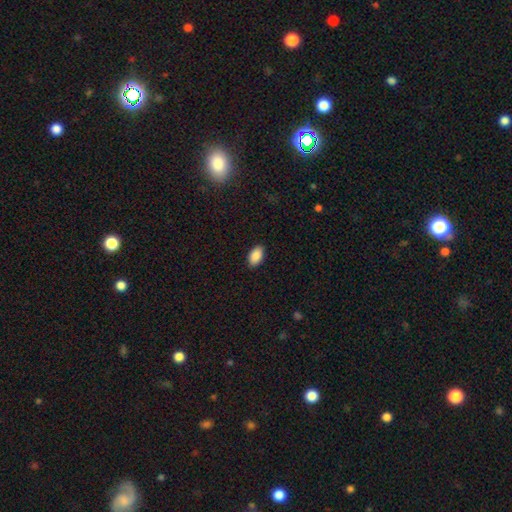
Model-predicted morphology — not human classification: A smooth galaxy with no disk features (90%) that is in between round and cigar-shaped (94%). Merging: none (89%).